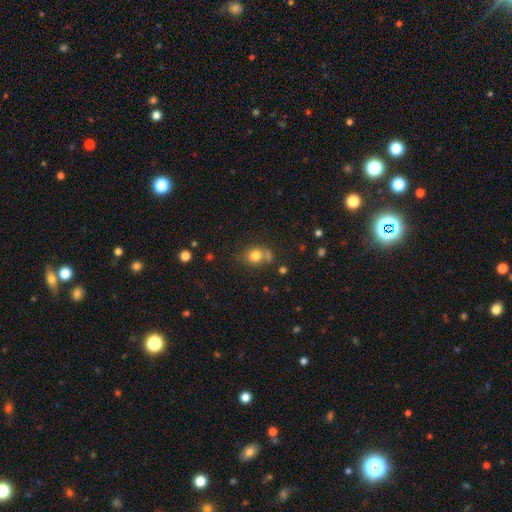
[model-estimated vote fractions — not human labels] Smooth or featured: smooth — 78% (star or artifact — 12%)
How rounded: round — 63% (in between — 36%)
Merging: none — 54% (merger — 22%)